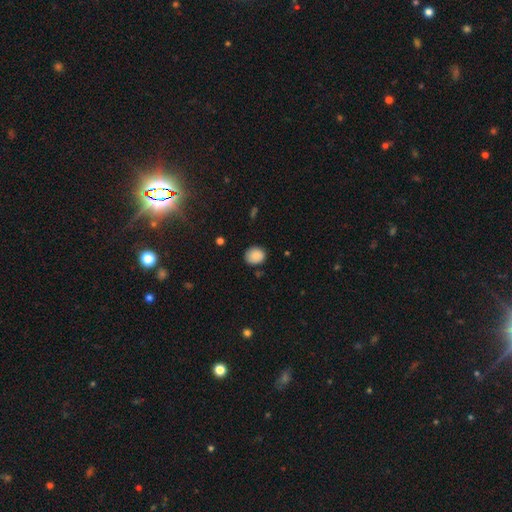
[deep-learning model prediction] Morphology: type=smooth (87%); roundness=round (76%); merging=none (82%).